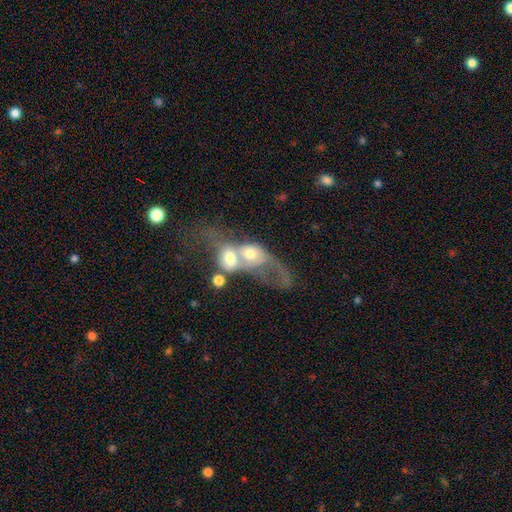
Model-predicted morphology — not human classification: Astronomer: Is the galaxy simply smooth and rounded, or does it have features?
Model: featured or disk — 45%, tied with smooth at 45%.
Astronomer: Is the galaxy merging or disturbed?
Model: merger — 78%.